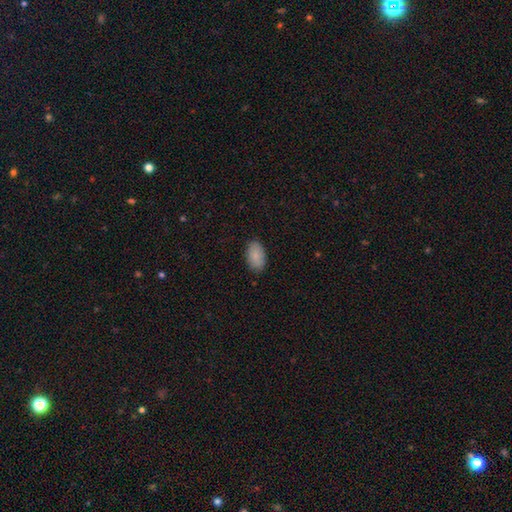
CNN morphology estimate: type=smooth (88%); roundness=in between (94%); merging=none (86%).